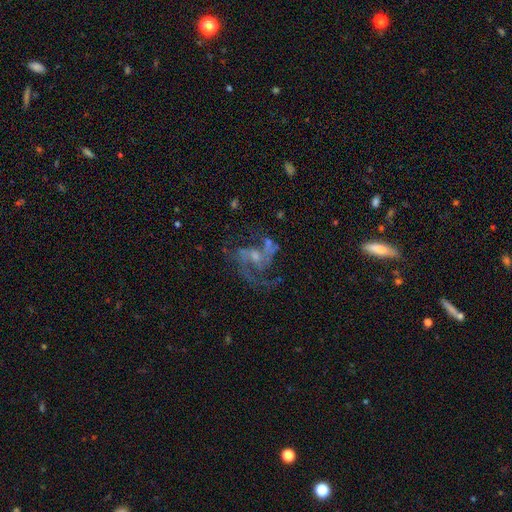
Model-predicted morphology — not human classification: type=featured or disk (82%); edge-on=no (98%); bar=no (50%); spiral arms=yes (90%); winding=medium (49%); arm count=2 (69%); bulge=small (50%); merging=none (46%).